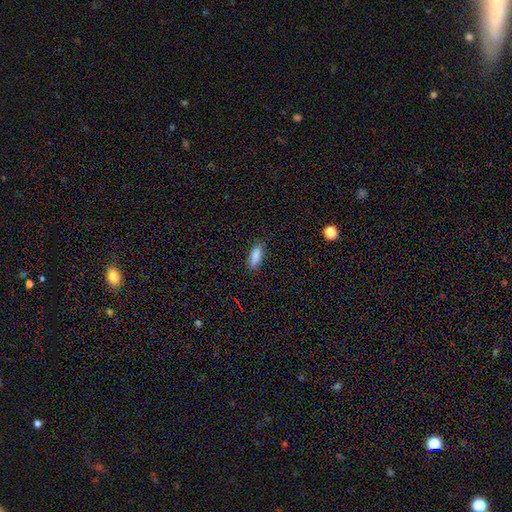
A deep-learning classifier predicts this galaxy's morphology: This is clearly a smooth galaxy (86%). How rounded: likely in between (72%). Merging: clearly none (82%).